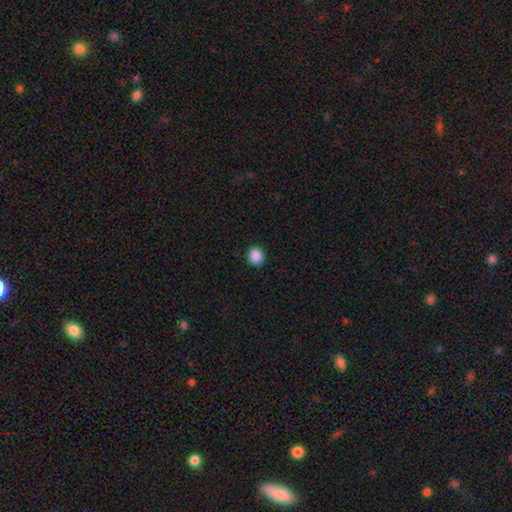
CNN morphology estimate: smooth-or-featured: smooth: 88% | star or artifact: 9% | featured or disk: 3%
  how-rounded: round: 80% | in between: 20% | cigar-shaped: 1%
  merging: none: 91% | minor disturbance: 6% | major disturbance: 2% | merger: 1%